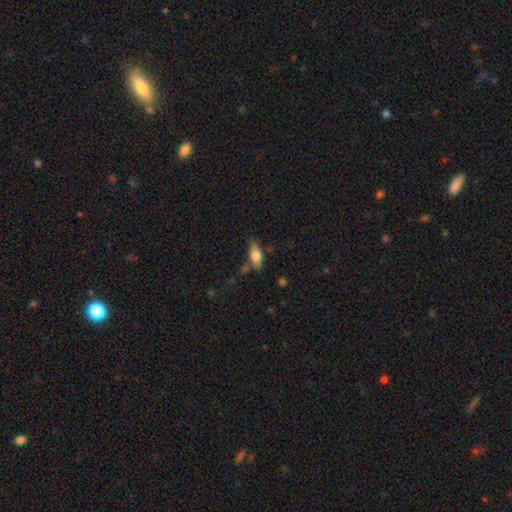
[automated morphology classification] smooth_or_featured: smooth (p=0.71) [alt: featured or disk p=0.21]
how_rounded: in between (p=0.77) [alt: cigar-shaped p=0.19]
merging: none (p=0.62) [alt: minor disturbance p=0.22]